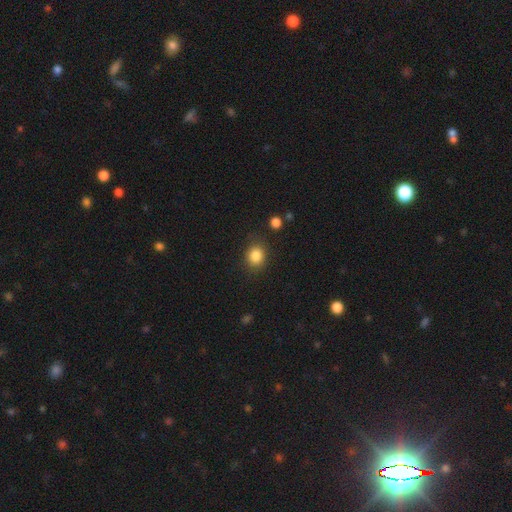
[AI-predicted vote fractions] A smooth galaxy with no disk features (85%) that is round (67%). Merging: none (83%).